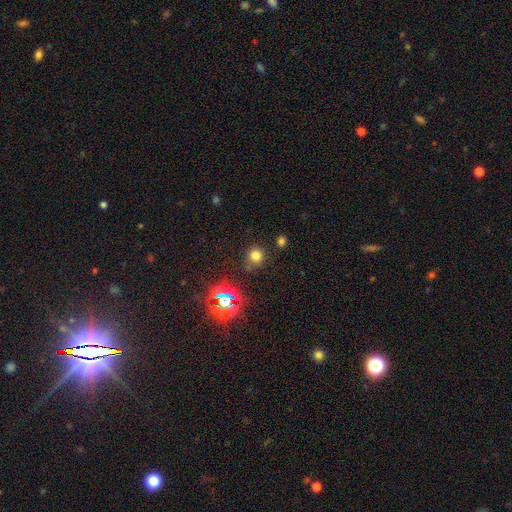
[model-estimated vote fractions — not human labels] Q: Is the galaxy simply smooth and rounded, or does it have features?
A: smooth — 70%.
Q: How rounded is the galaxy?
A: round — 87%.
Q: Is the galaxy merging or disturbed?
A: none — 79%.